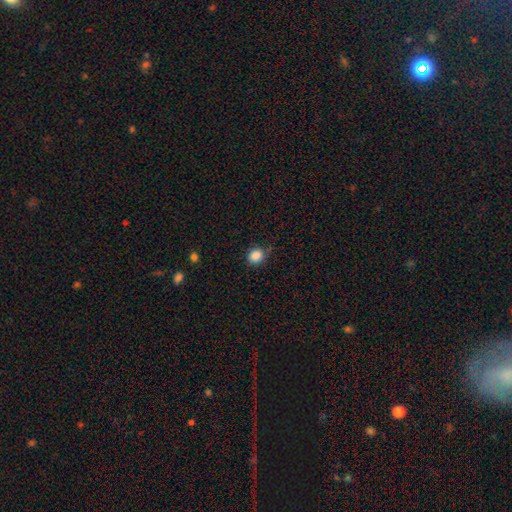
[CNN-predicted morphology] Q: Smooth or featured?
A: smooth (86%); runner-up: star or artifact (10%)
Q: How rounded?
A: round (71%); runner-up: in between (28%)
Q: Merging?
A: none (70%); runner-up: minor disturbance (23%)